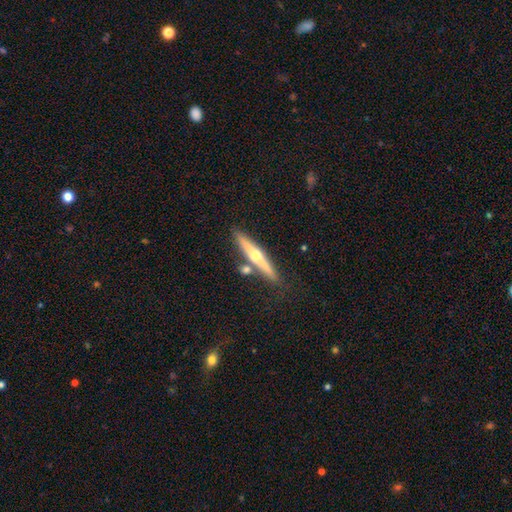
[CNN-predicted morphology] Q: Smooth or featured?
A: featured or disk (68%); runner-up: smooth (26%)
Q: Edge-on disk?
A: yes (97%); runner-up: no (3%)
Q: Edge-on bulge?
A: rounded (92%); runner-up: none (5%)
Q: Merging?
A: none (78%); runner-up: merger (10%)